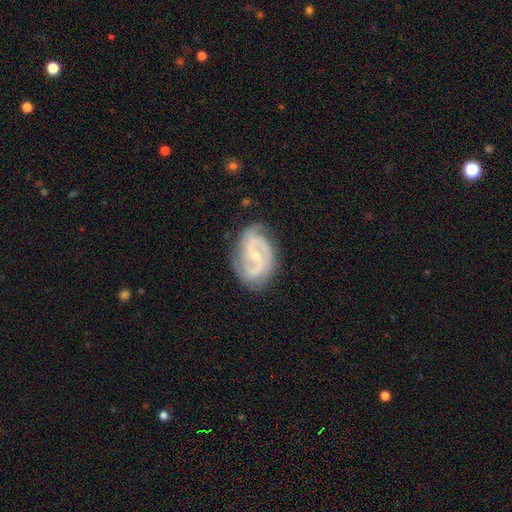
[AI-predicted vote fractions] The model was most divided on "bar": no: 43%, weak: 42%, strong: 15%. Remaining: edge-on disk — no (97%); spiral arms — yes (96%); smooth or featured — featured or disk (86%); merging — none (74%); spiral arm count — 2 (67%); bulge size — small (65%); spiral winding — medium (47%).